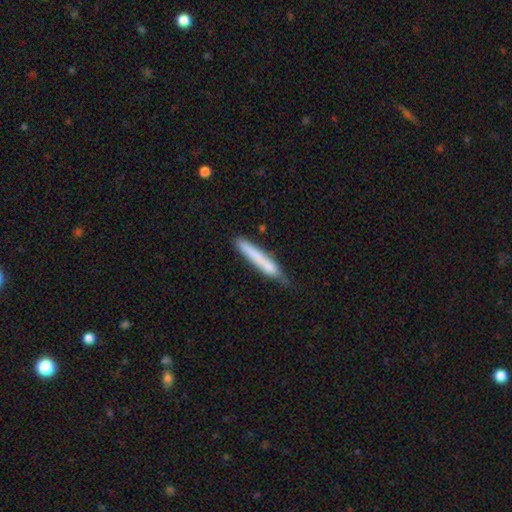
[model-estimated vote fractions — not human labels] Smooth or featured? Predicted: smooth (p=0.72). How rounded? Predicted: cigar-shaped (p=0.95). Merging? Predicted: none (p=0.65).